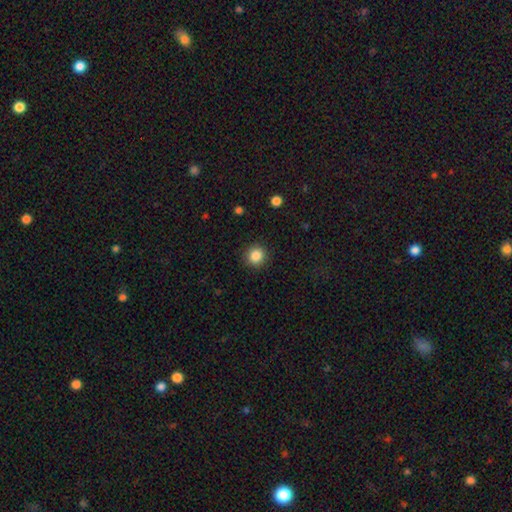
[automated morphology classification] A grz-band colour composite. It shows a smooth galaxy with no disk features (86%) that is round (90%). Merging: none (90%).